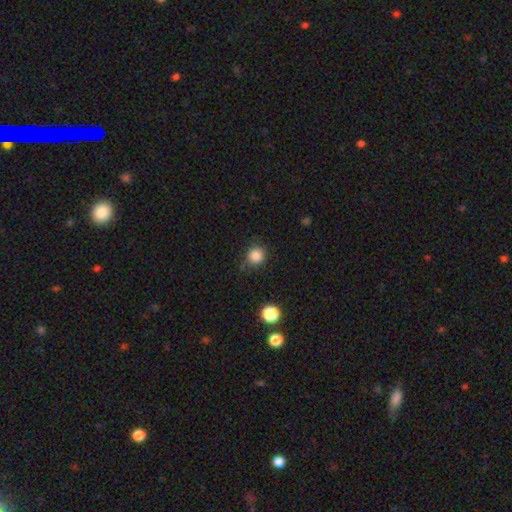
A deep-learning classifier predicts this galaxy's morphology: smooth_or_featured: smooth (p=0.85) [alt: star or artifact p=0.11]
how_rounded: round (p=0.90) [alt: in between p=0.09]
merging: none (p=0.81) [alt: minor disturbance p=0.13]